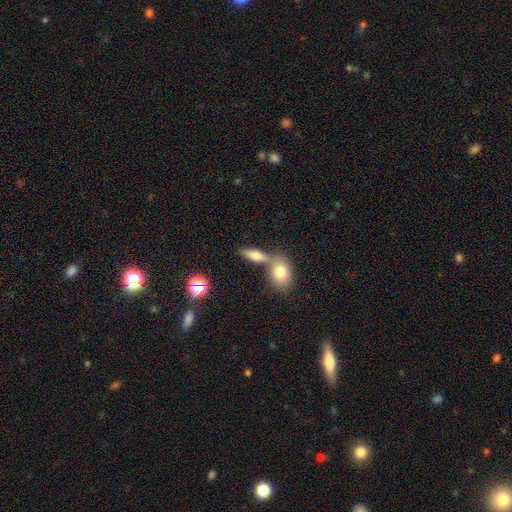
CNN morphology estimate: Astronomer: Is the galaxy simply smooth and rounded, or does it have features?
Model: smooth — 64%.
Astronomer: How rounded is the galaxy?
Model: in between — 63%.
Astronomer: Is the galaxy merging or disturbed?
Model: none — 47% (runner-up: merger, 40%).